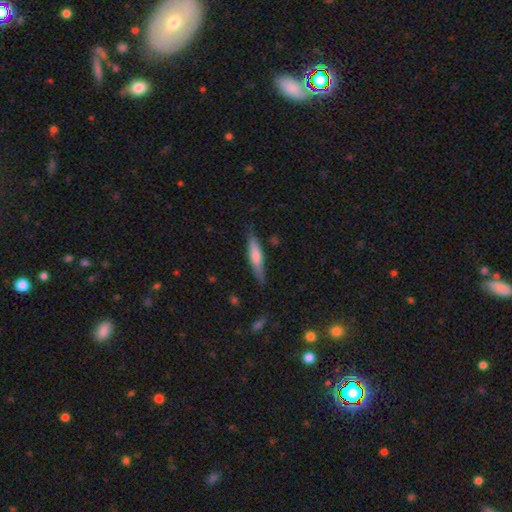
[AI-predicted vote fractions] This appears to be a smooth galaxy with no disk features (61%) that is cigar-shaped (82%). Merging: none (79%).